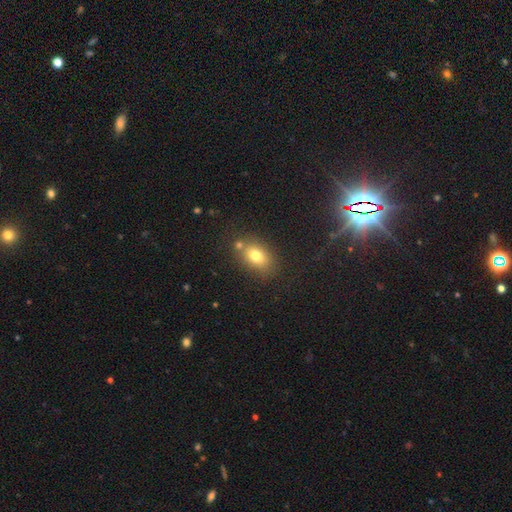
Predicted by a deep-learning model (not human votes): Overall: smooth (75%). How rounded: in between (73%). Merging: none (70%).